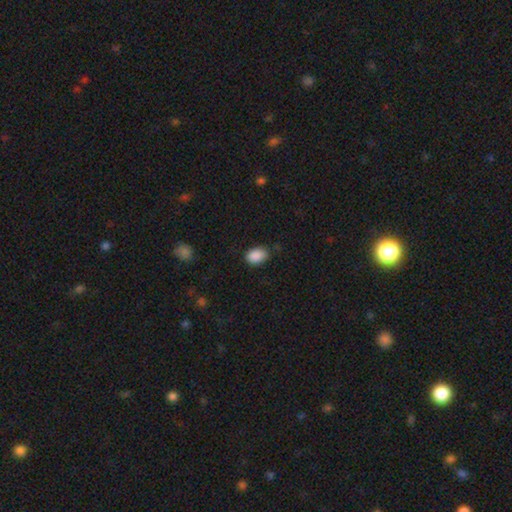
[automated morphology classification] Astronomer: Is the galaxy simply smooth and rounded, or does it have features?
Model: smooth — 89%.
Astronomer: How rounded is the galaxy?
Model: in between — 82%.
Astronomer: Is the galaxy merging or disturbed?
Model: none — 76%.